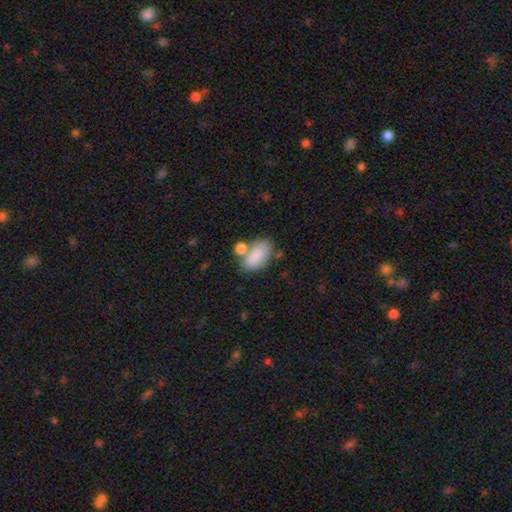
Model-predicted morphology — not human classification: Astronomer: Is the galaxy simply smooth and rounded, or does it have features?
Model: smooth — 83%.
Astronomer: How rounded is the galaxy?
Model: in between — 92%.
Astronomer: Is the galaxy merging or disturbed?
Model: none — 49% (runner-up: merger, 27%).